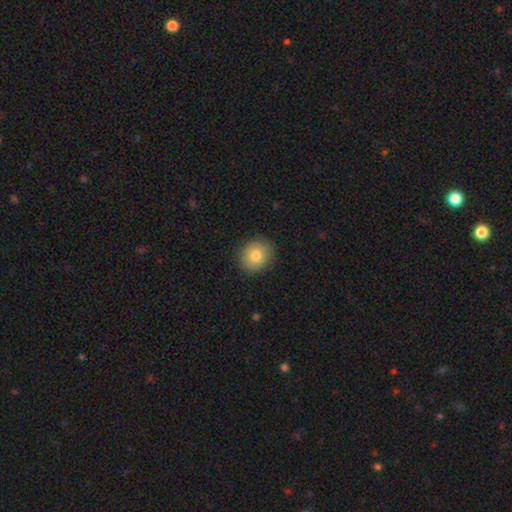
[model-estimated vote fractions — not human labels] Smooth or featured?
  - smooth: 80% *
  - featured or disk: 11%
  - star or artifact: 9%
How rounded?
  - round: 68% *
  - in between: 31%
  - cigar-shaped: 1%
Merging?
  - none: 88% *
  - minor disturbance: 9%
  - major disturbance: 2%
  - merger: 1%